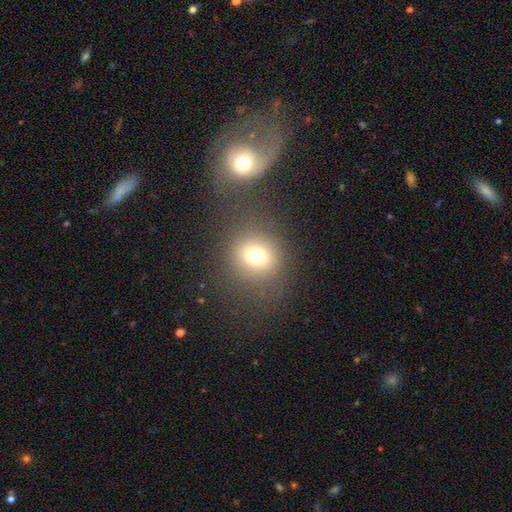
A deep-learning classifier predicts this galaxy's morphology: smooth_or_featured: smooth (p=0.72) [alt: star or artifact p=0.17]
how_rounded: round (p=0.82) [alt: in between p=0.17]
merging: none (p=0.78) [alt: minor disturbance p=0.10]